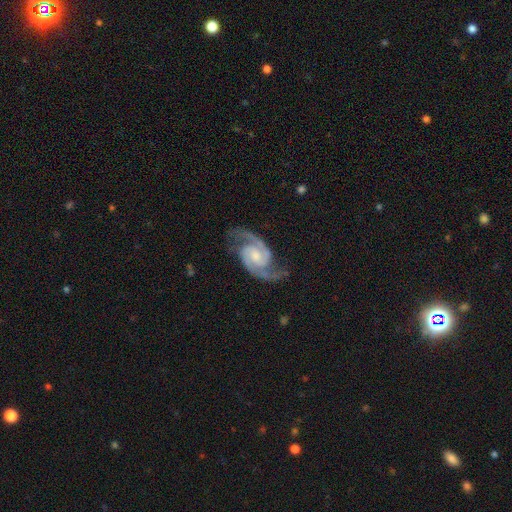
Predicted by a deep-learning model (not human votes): smooth_or_featured: featured or disk (p=0.94) [alt: star or artifact p=0.03]
disk_edge_on: no (p=0.98) [alt: yes p=0.02]
bar: no (p=0.50) [alt: weak p=0.39]
has_spiral_arms: yes (p=0.99) [alt: no p=0.01]
spiral_winding: medium (p=0.62) [alt: tight p=0.26]
spiral_arm_count: 2 (p=0.94) [alt: 3 p=0.02]
bulge_size: small (p=0.45) [alt: moderate p=0.42]
merging: none (p=0.80) [alt: minor disturbance p=0.14]